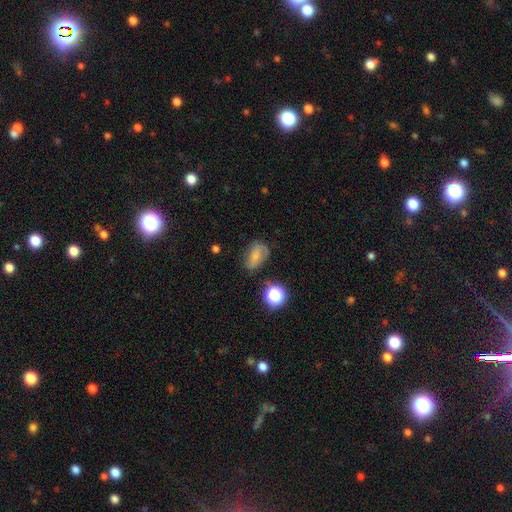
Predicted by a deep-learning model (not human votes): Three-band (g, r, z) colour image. It shows a smooth galaxy with no disk features (59%) that is in between round and cigar-shaped (78%). Merging: none (59%).